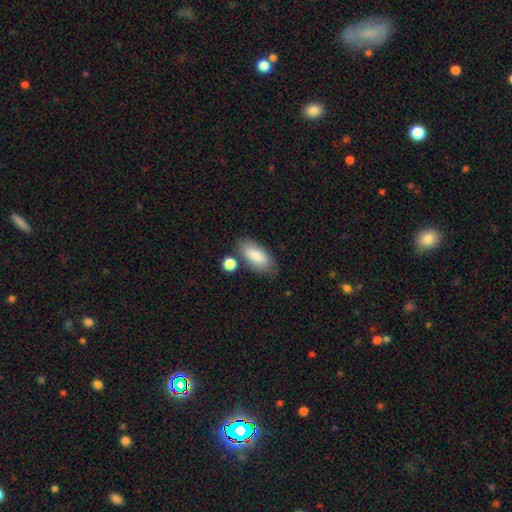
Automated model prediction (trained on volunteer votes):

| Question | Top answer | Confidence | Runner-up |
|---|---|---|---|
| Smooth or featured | smooth | 85% | featured or disk (9%) |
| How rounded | in between | 89% | cigar-shaped (9%) |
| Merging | none | 71% | minor disturbance (15%) |